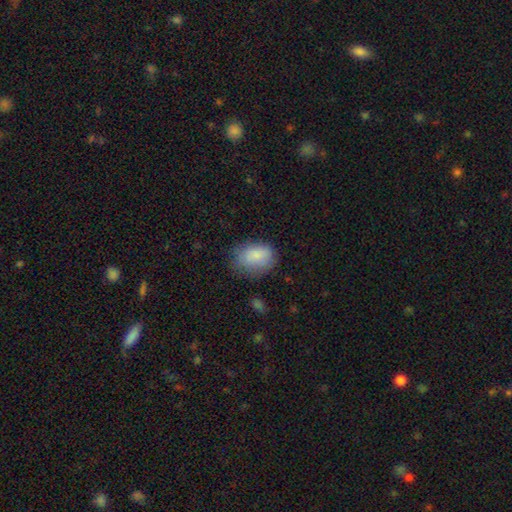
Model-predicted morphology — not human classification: Q: Smooth or featured?
A: smooth (84%); runner-up: featured or disk (8%)
Q: How rounded?
A: in between (74%); runner-up: round (25%)
Q: Merging?
A: none (62%); runner-up: minor disturbance (27%)